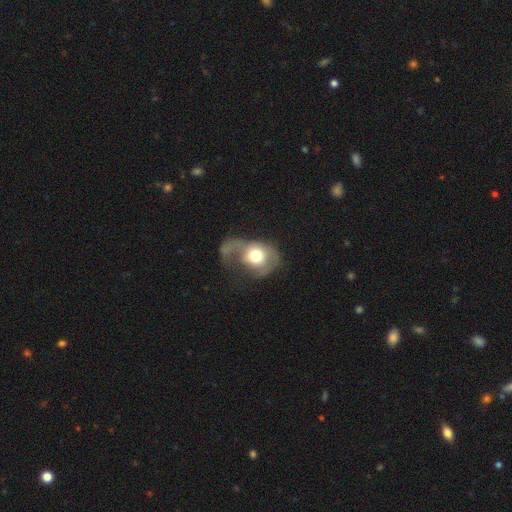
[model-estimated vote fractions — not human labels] smooth 58%, featured or disk 34%, star or artifact 8%. Down the decision tree: how rounded — round (53%); merging — major disturbance (58%).